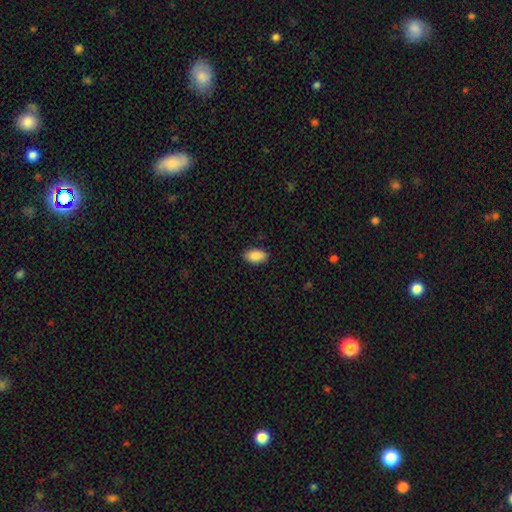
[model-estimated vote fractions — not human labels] This appears to be a smooth galaxy with no disk features (90%) that is in between round and cigar-shaped (94%). Merging: none (88%).